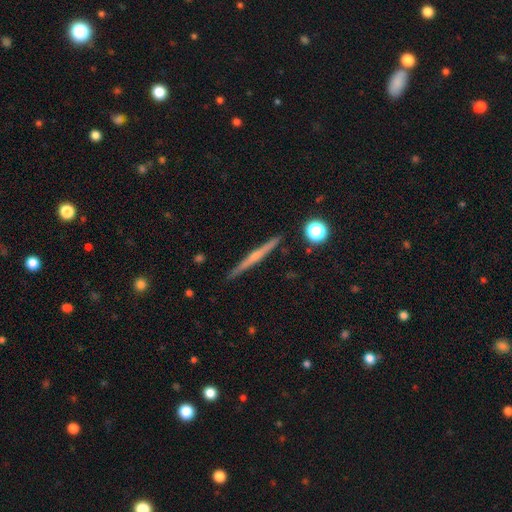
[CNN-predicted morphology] Q: Smooth or featured?
A: featured or disk (70%); runner-up: smooth (24%)
Q: Edge-on disk?
A: yes (98%); runner-up: no (2%)
Q: Edge-on bulge?
A: rounded (66%); runner-up: none (29%)
Q: Merging?
A: none (91%); runner-up: minor disturbance (6%)